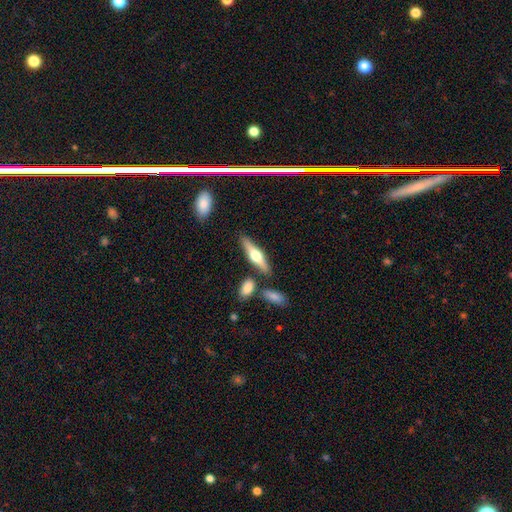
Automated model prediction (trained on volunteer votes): The model was most divided on "smooth or featured": featured or disk: 56%, smooth: 38%, star or artifact: 6%. More confident: edge-on disk — yes (94%); edge-on bulge — rounded (94%); merging — none (80%).